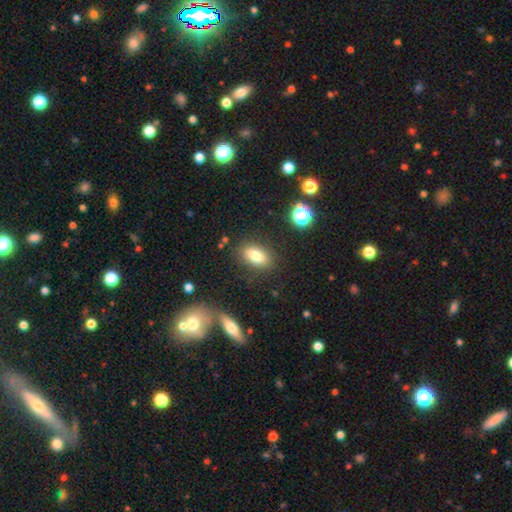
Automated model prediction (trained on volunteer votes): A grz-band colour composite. It shows a smooth galaxy with no disk features (79%) that is in between round and cigar-shaped (86%). Merging: none (84%).